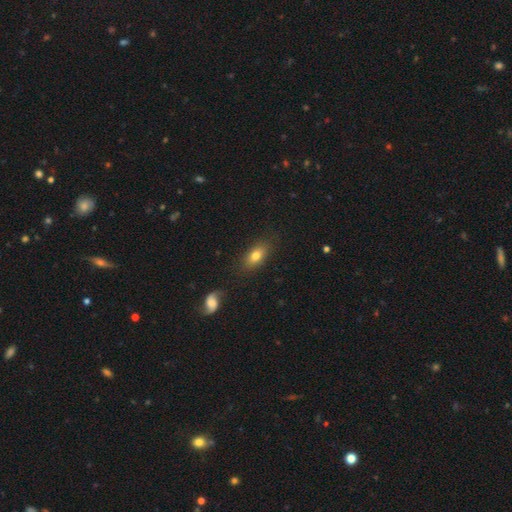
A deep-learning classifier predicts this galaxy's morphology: Smooth or featured: smooth — 75% (featured or disk — 17%)
How rounded: in between — 83% (cigar-shaped — 9%)
Merging: none — 82% (minor disturbance — 12%)